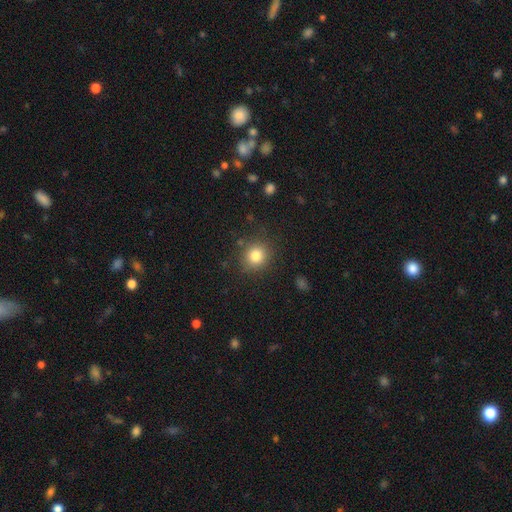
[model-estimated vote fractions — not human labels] Overall: smooth (82%). How rounded: round (84%). Merging: none (85%).